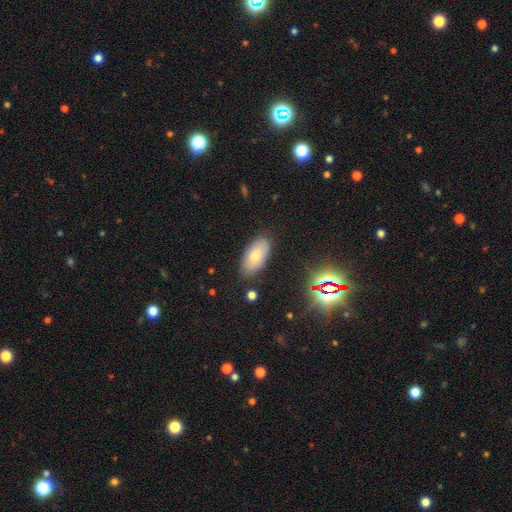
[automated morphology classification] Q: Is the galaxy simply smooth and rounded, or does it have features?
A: smooth — 74%.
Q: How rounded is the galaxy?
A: in between — 93%.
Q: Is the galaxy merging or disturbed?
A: none — 83%.